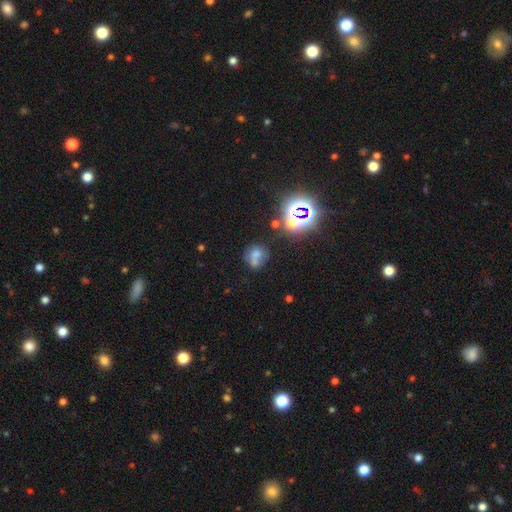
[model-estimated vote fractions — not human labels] smooth_or_featured: smooth (p=0.58) [alt: star or artifact p=0.22]
how_rounded: round (p=0.74) [alt: in between p=0.25]
merging: none (p=0.42) [alt: merger p=0.37]